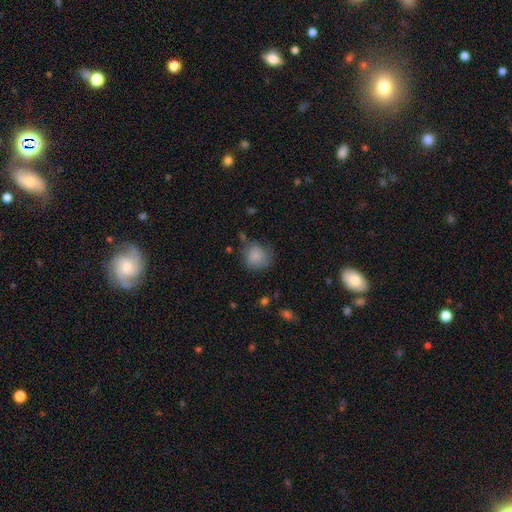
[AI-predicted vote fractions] A smooth galaxy with no disk features (82%) that is round (78%). Merging: none (59%).